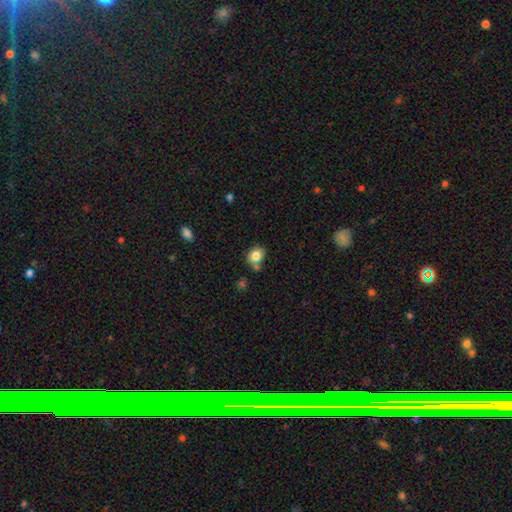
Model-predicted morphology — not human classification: smooth_or_featured: smooth (p=0.82) [alt: star or artifact p=0.11]
how_rounded: round (p=0.73) [alt: in between p=0.26]
merging: none (p=0.66) [alt: minor disturbance p=0.18]